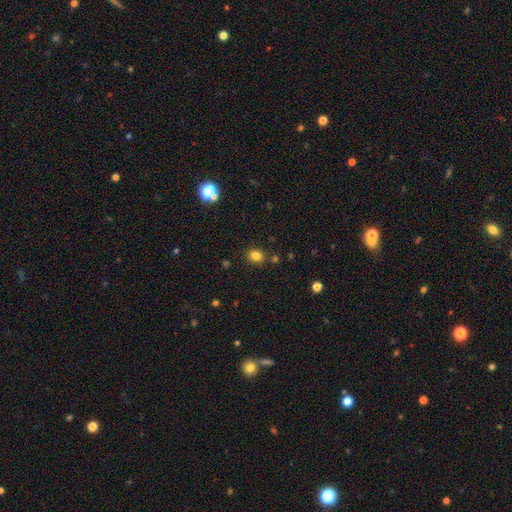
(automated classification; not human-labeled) smooth-or-featured: smooth: 81% | star or artifact: 14% | featured or disk: 5%
  how-rounded: round: 61% | in between: 38% | cigar-shaped: 1%
  merging: none: 83% | minor disturbance: 10% | merger: 5% | major disturbance: 3%